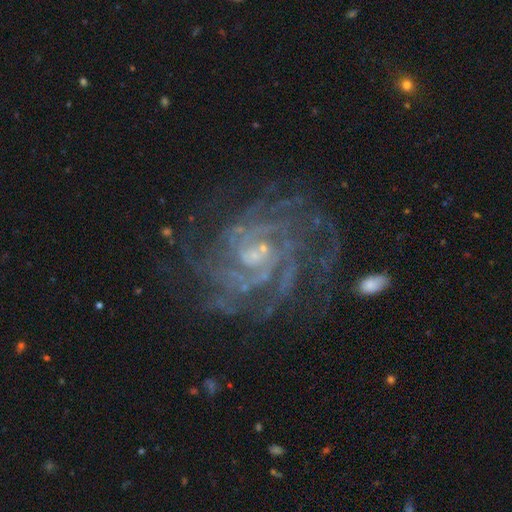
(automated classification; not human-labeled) Morphology: type=featured or disk (89%); edge-on=no (98%); bar=weak (44%, tied with no); spiral arms=yes (97%); winding=tight (66%); arm count=can't tell (25%); bulge=small (66%); merging=none (73%).